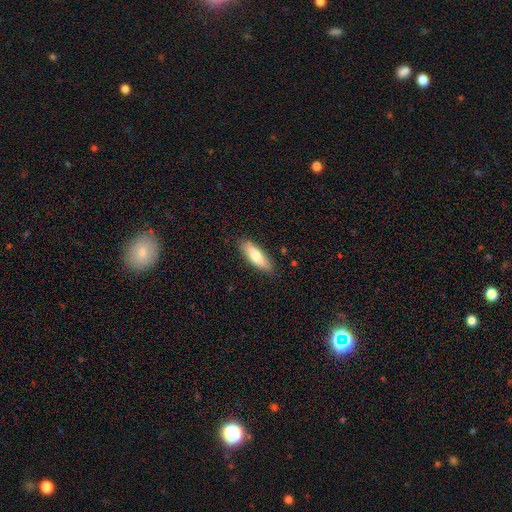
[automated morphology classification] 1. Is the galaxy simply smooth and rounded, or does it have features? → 73% smooth, 21% featured or disk, 6% star or artifact.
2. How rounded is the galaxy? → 50% in between, 48% cigar-shaped, 2% round.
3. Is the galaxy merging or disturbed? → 85% none, 12% minor disturbance, 2% major disturbance, 1% merger.